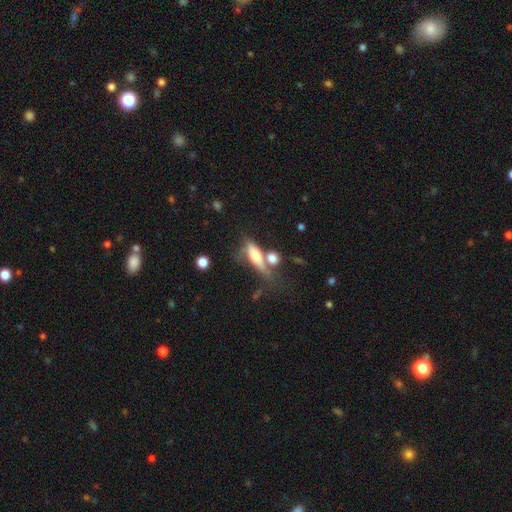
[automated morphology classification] Smooth or featured? smooth (58%)
How rounded? in between (51%)
Merging? none (34%)